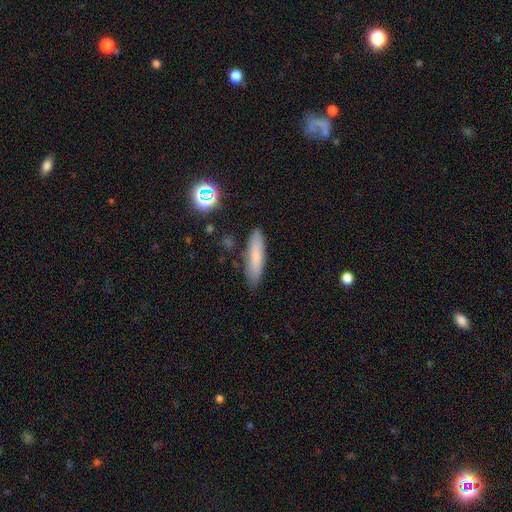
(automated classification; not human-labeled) Smooth or featured?
  - smooth: 77% *
  - featured or disk: 14%
  - star or artifact: 9%
How rounded?
  - cigar-shaped: 77% *
  - in between: 21%
  - round: 2%
Merging?
  - none: 83% *
  - minor disturbance: 12%
  - major disturbance: 2%
  - merger: 2%